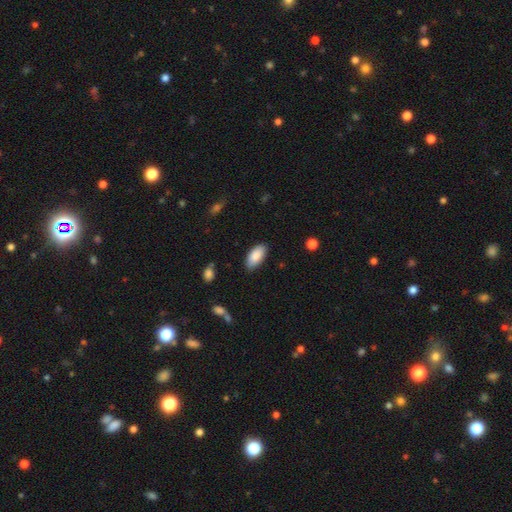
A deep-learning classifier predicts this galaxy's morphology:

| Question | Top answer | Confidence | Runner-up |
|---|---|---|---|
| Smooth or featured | smooth | 86% | featured or disk (8%) |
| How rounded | in between | 93% | cigar-shaped (5%) |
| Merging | none | 84% | minor disturbance (12%) |